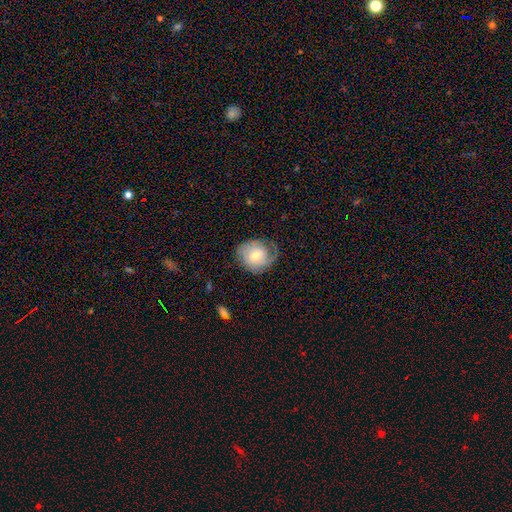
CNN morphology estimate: smooth-or-featured: featured or disk: 50% | smooth: 43% | star or artifact: 7%
  disk-edge-on: no: 96% | yes: 4%
  merging: none: 58% | minor disturbance: 26% | major disturbance: 15% | merger: 1%